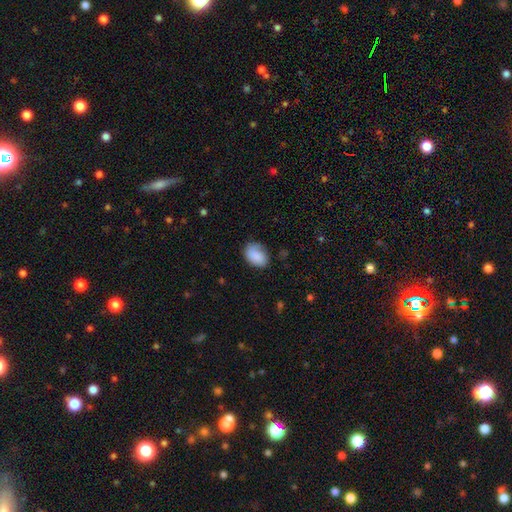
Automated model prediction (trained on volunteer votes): Smooth or featured? Predicted: smooth (p=0.85). How rounded? Predicted: in between (p=0.83). Merging? Predicted: none (p=0.68).